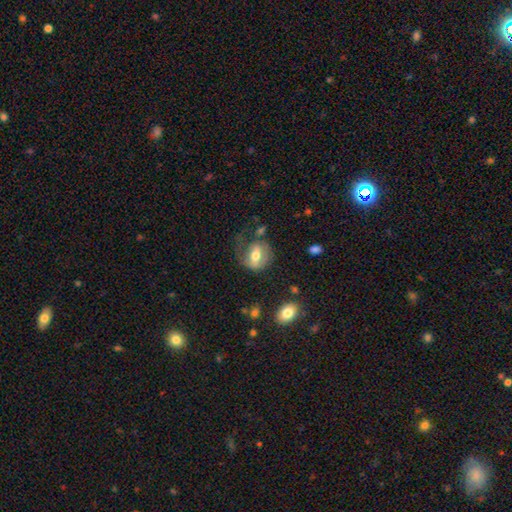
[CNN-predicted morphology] type=smooth (51%); roundness=in between (53%); merging=none (42%).